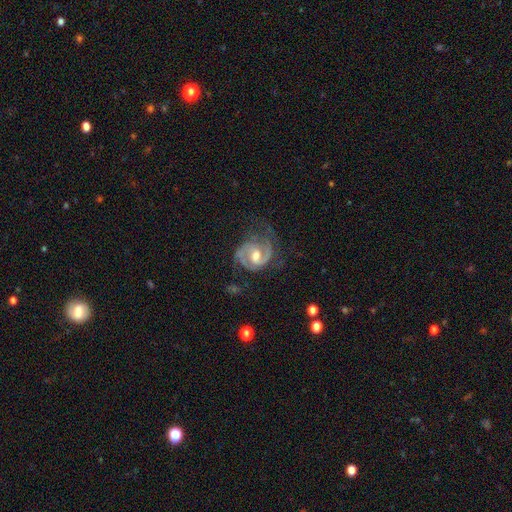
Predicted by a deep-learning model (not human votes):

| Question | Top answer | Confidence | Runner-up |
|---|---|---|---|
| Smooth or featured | featured or disk | 88% | smooth (7%) |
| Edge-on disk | no | 98% | yes (2%) |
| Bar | weak | 51% | no (30%) |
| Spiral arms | yes | 97% | no (3%) |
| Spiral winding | medium | 47% | tight (40%) |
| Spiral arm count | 2 | 79% | can't tell (7%) |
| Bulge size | moderate | 69% | small (18%) |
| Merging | none | 59% | minor disturbance (22%) |